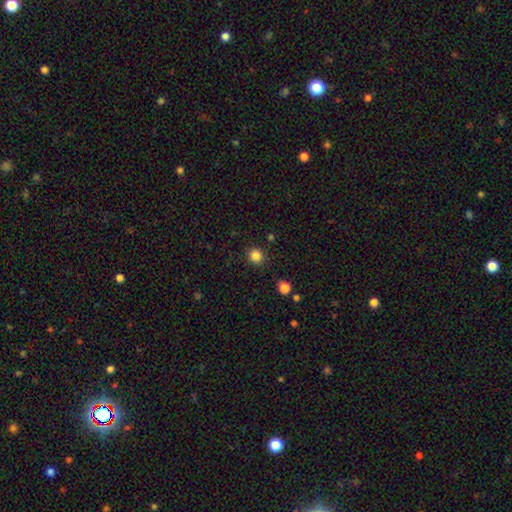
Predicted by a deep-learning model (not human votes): Smooth or featured? smooth (84%)
How rounded? round (91%)
Merging? none (89%)